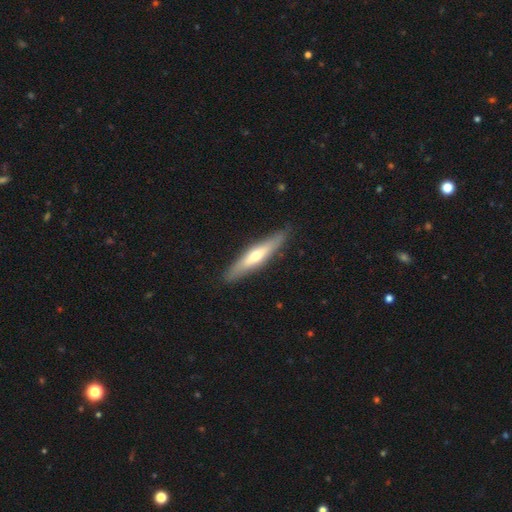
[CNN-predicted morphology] Smooth or featured? featured or disk (50%)
Edge-on disk? yes (89%)
Merging? none (88%)